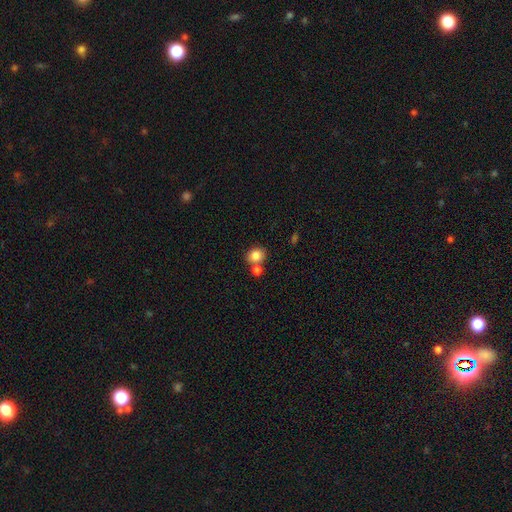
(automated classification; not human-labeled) This is clearly a smooth galaxy (83%). How rounded: likely round (72%). Merging: likely none (62%).